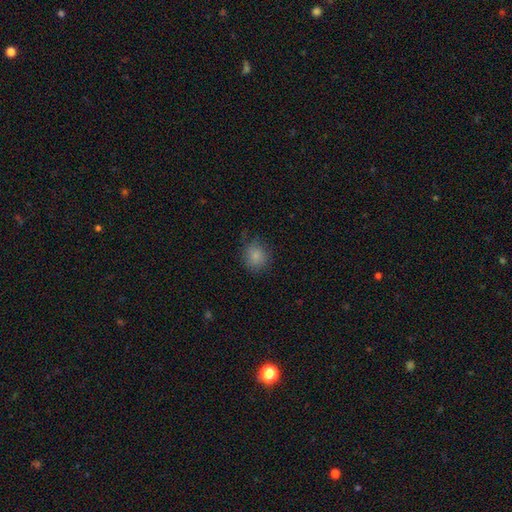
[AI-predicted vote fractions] Smooth or featured? Predicted: smooth (p=0.84). How rounded? Predicted: round (p=0.83). Merging? Predicted: none (p=0.77).